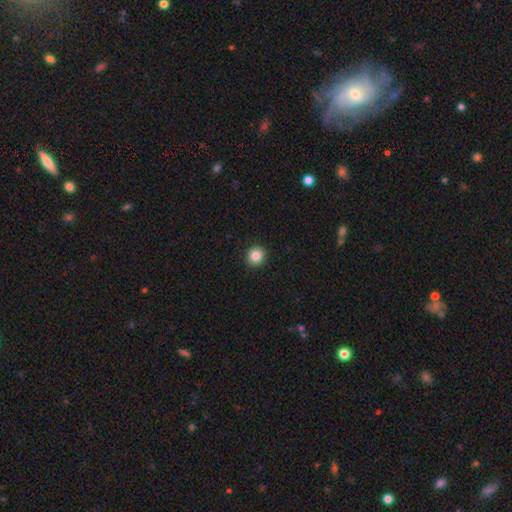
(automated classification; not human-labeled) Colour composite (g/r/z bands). It shows a smooth galaxy with no disk features (85%) that is round (92%). Merging: none (93%).